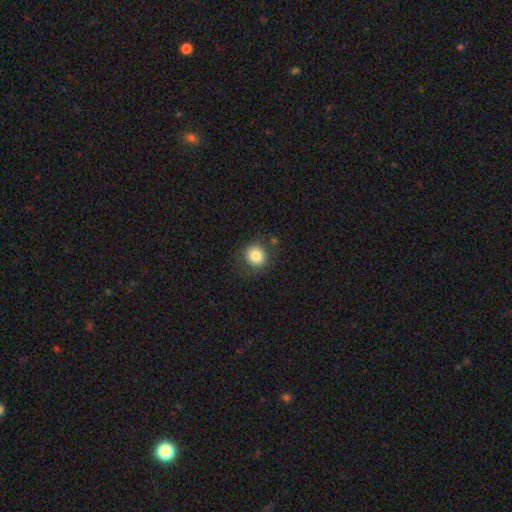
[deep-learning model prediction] Smooth or featured: smooth — 82% (star or artifact — 10%)
How rounded: round — 86% (in between — 13%)
Merging: none — 79% (minor disturbance — 14%)